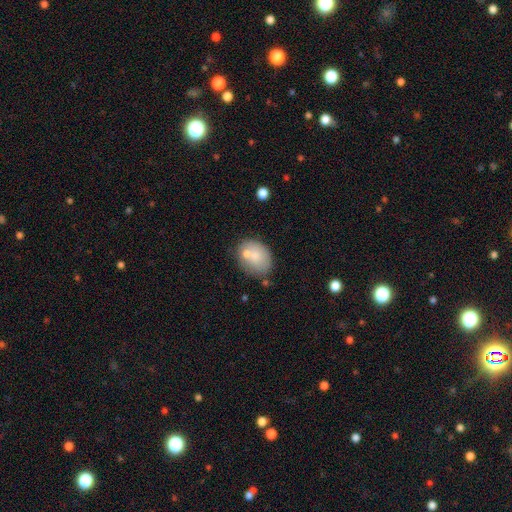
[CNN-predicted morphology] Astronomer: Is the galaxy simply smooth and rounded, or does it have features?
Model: smooth — 74%.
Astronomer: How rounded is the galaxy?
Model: in between — 65%.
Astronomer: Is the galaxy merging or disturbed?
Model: none — 55%.